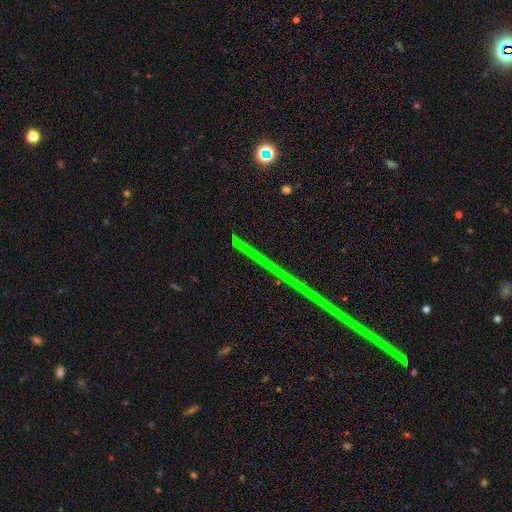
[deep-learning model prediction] smooth_or_featured: star or artifact (p=0.84) [alt: featured or disk p=0.09]